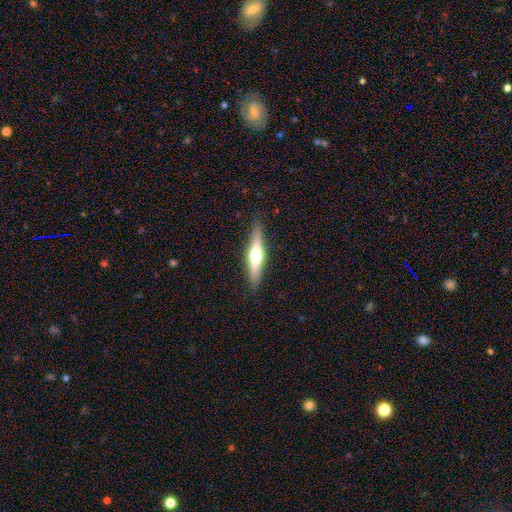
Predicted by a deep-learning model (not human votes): smooth-or-featured: featured or disk: 56% | smooth: 38% | star or artifact: 6%
  disk-edge-on: yes: 94% | no: 6%
    edge-on-bulge: rounded: 92% | none: 4% | boxy: 4%
  merging: none: 89% | minor disturbance: 8% | major disturbance: 2% | merger: 1%